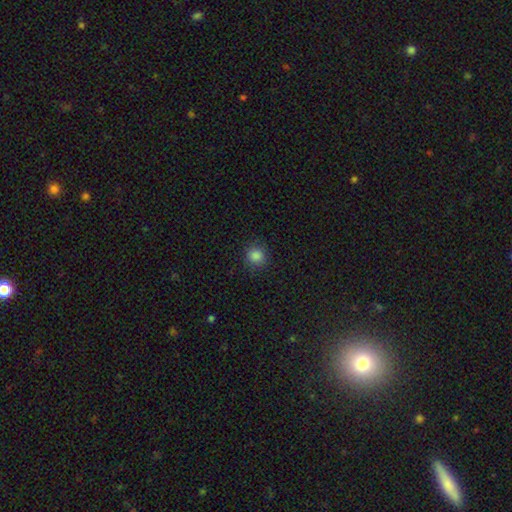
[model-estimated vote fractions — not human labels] smooth 85%, star or artifact 11%, featured or disk 4%. Down the decision tree: how rounded — round (88%); merging — none (87%).